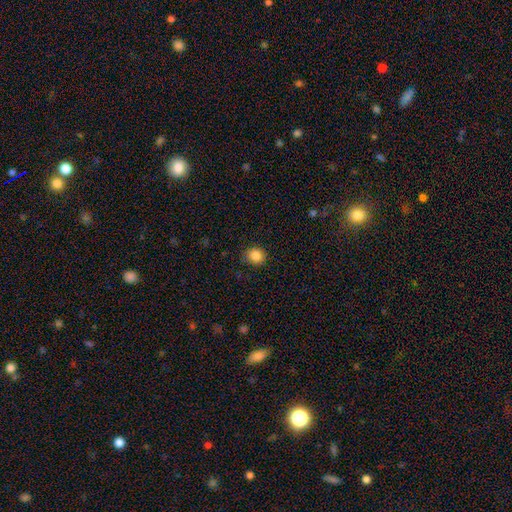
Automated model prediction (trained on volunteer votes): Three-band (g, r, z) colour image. It shows a smooth galaxy with no disk features (85%) that is round (81%). Merging: none (86%).